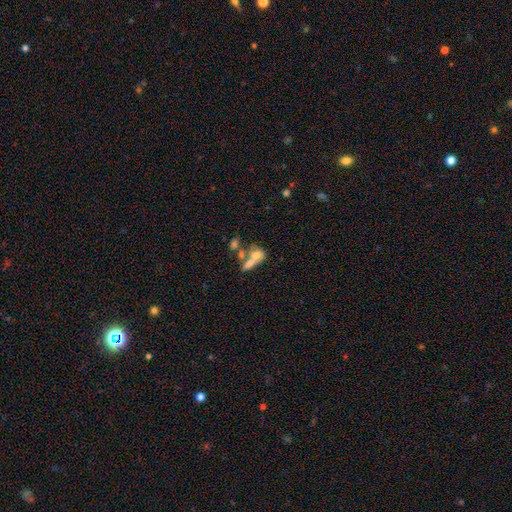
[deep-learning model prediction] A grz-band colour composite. It shows a smooth galaxy with no disk features (57%) that is in between round and cigar-shaped (66%). Merging: merger (55%).